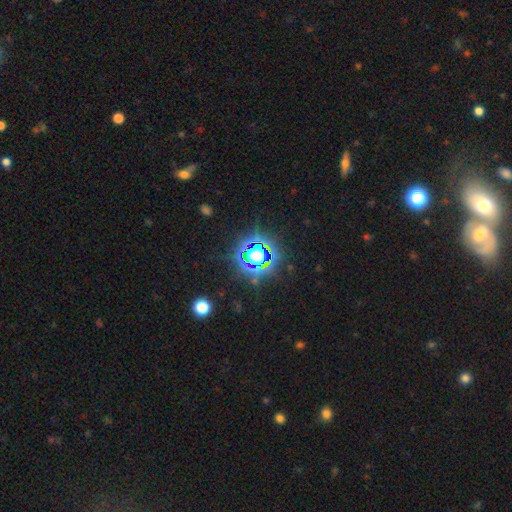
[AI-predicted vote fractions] Smooth or featured? star or artifact (78%)